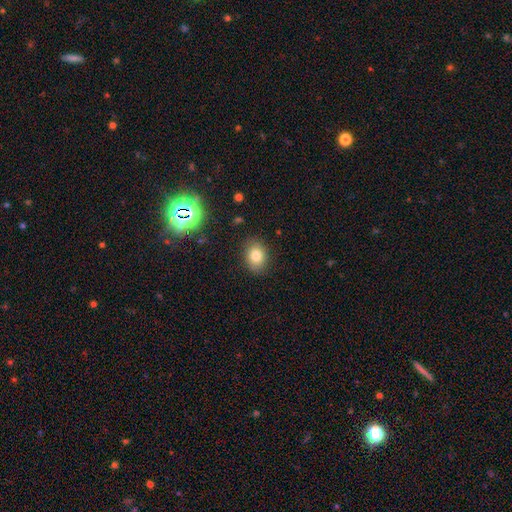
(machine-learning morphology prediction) Smooth or featured? Predicted: smooth (p=0.80). How rounded? Predicted: in between (p=0.61). Merging? Predicted: none (p=0.86).